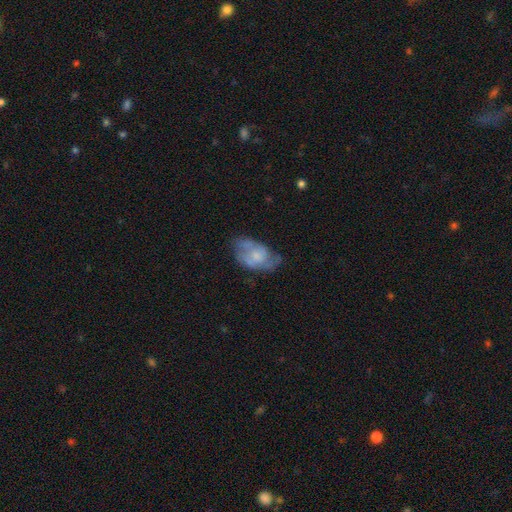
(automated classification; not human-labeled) Smooth or featured? Predicted: featured or disk (p=0.56). Edge-on disk? Predicted: no (p=0.96). Bar? Predicted: no (p=0.76). Spiral arms? Predicted: yes (p=0.68). Bulge size? Predicted: small (p=0.41). Merging? Predicted: none (p=0.49).